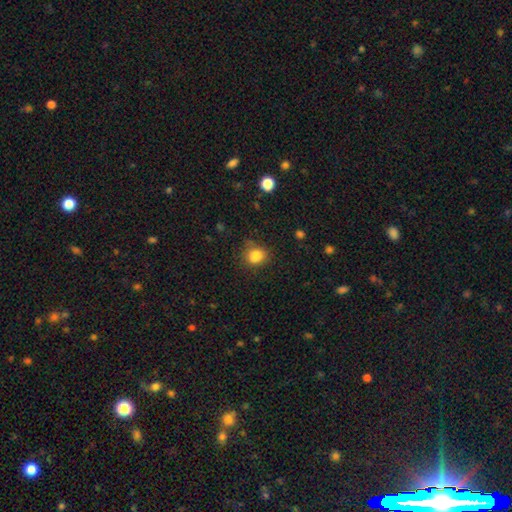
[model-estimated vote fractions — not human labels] Q: Smooth or featured?
A: smooth (83%); runner-up: star or artifact (12%)
Q: How rounded?
A: round (55%); runner-up: in between (44%)
Q: Merging?
A: none (63%); runner-up: minor disturbance (24%)